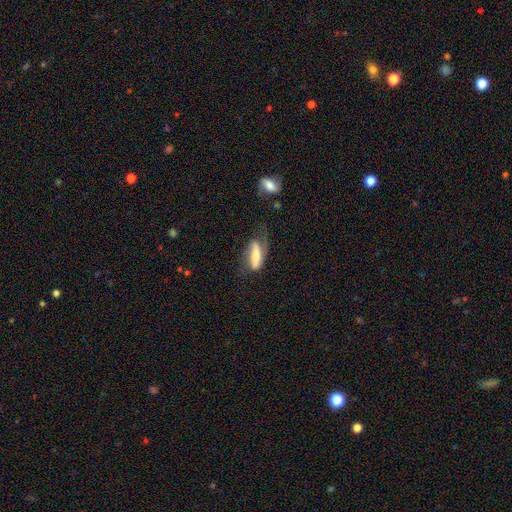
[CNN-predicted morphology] A smooth galaxy with no disk features (53%) that is in between round and cigar-shaped (62%). Merging: none (41%).